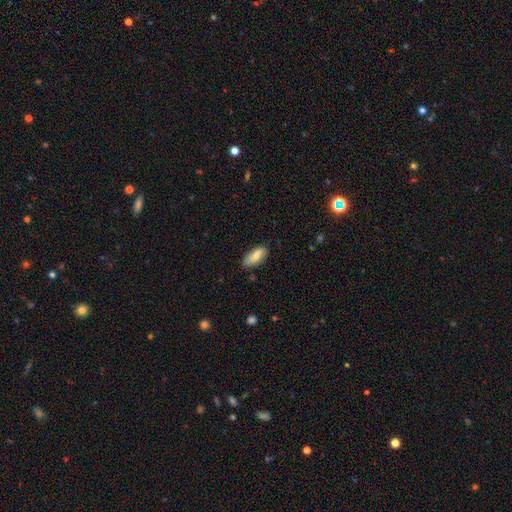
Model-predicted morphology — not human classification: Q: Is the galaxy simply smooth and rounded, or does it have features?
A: smooth — 84%.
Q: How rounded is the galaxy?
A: in between — 82%.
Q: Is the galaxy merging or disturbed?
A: none — 78%.